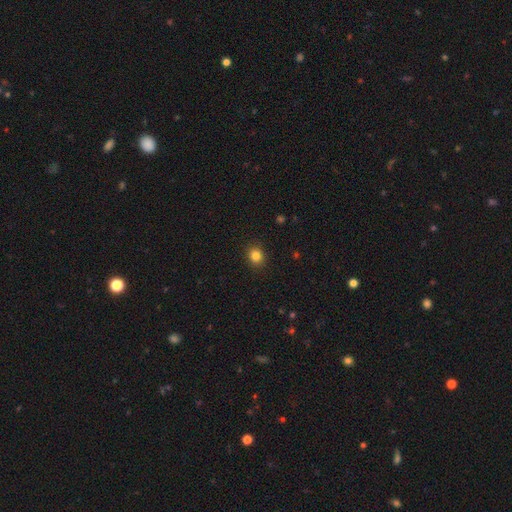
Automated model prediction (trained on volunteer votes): Smooth or featured? Predicted: smooth (p=0.84). How rounded? Predicted: round (p=0.74). Merging? Predicted: none (p=0.91).